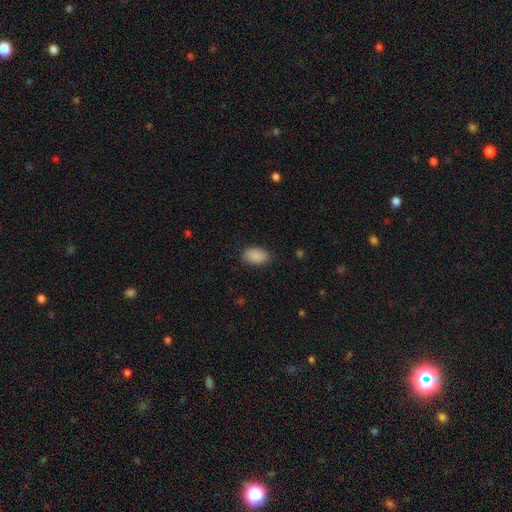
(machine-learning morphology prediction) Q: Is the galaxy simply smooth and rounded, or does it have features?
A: smooth — 90%.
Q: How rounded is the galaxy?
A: in between — 92%.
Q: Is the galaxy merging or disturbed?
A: none — 84%.